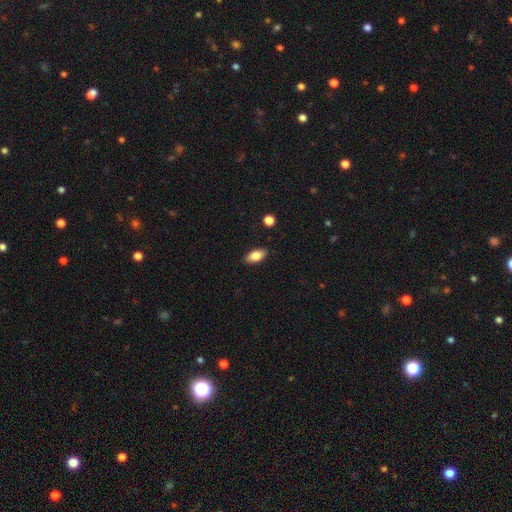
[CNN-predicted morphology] Overall: smooth (80%). How rounded: in between (90%). Merging: none (88%).